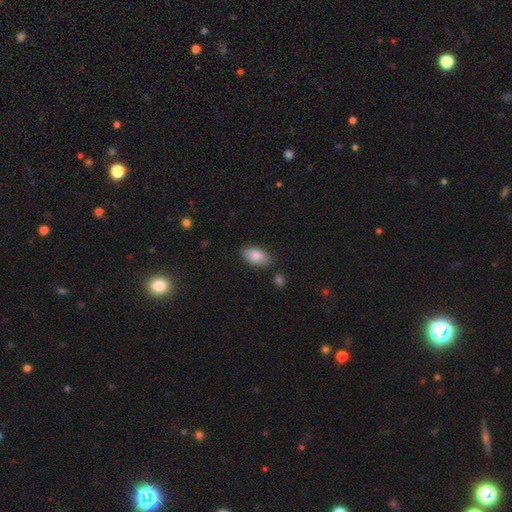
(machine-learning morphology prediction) Smooth or featured: smooth — 85% (featured or disk — 8%)
How rounded: in between — 93% (round — 4%)
Merging: none — 79% (minor disturbance — 14%)